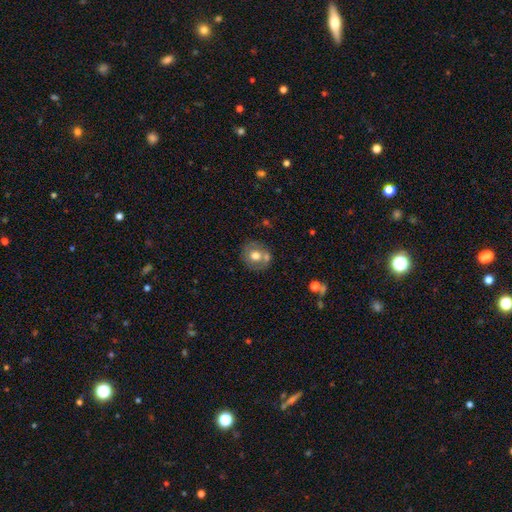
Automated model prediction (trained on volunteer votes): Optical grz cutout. It shows a smooth galaxy with no disk features (61%) that is round (81%). Merging: none (62%).